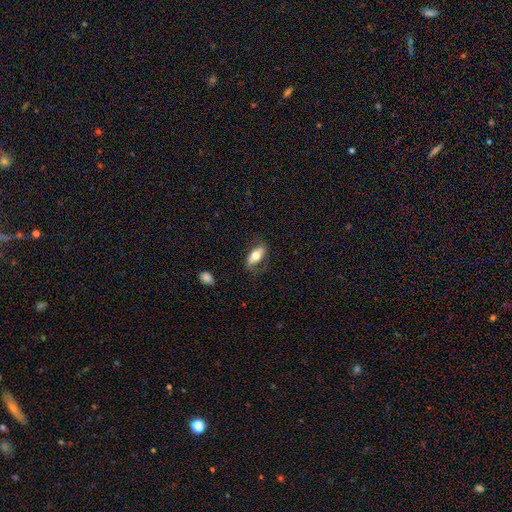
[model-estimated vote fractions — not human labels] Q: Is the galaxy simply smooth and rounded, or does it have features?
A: smooth — 56%.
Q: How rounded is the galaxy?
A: in between — 83%.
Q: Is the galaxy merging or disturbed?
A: none — 65%.